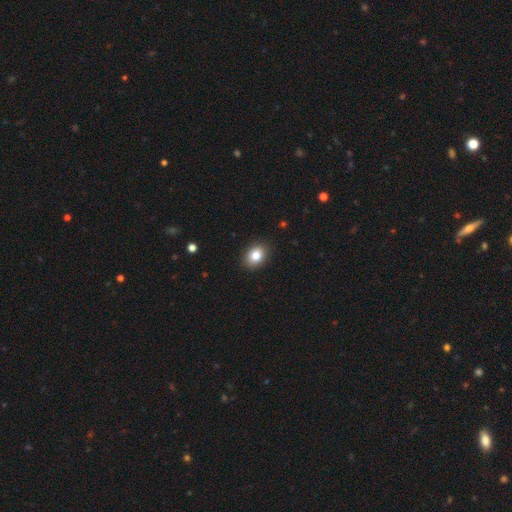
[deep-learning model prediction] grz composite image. It shows a smooth galaxy with no disk features (82%) that is in between round and cigar-shaped (68%). Merging: none (89%).